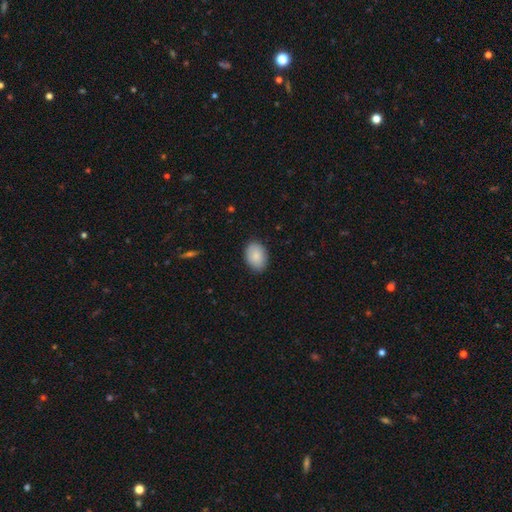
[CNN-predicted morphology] Smooth or featured? smooth (86%)
How rounded? in between (82%)
Merging? none (85%)